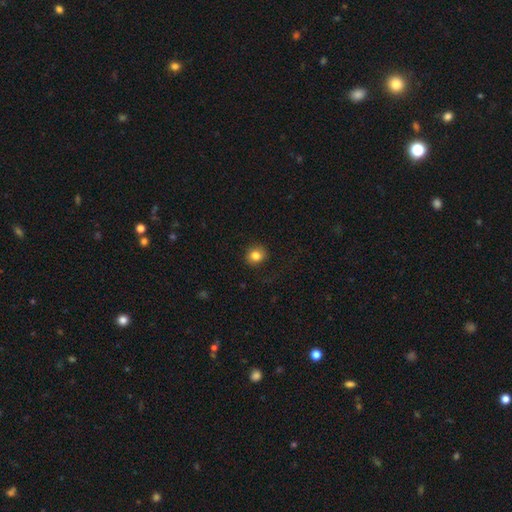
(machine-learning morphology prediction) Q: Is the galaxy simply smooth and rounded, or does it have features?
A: smooth — 82%.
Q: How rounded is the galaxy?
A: round — 87%.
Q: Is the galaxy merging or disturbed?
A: none — 86%.